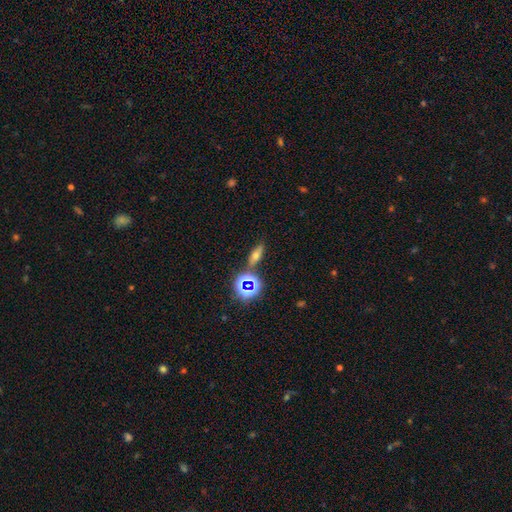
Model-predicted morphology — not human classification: Smooth or featured? Predicted: smooth (p=0.48). Merging? Predicted: none (p=0.78).